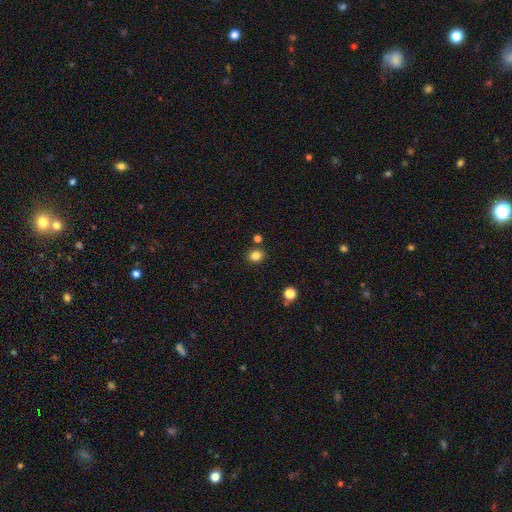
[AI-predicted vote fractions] Smooth or featured? Predicted: smooth (p=0.83). How rounded? Predicted: round (p=0.66). Merging? Predicted: none (p=0.83).